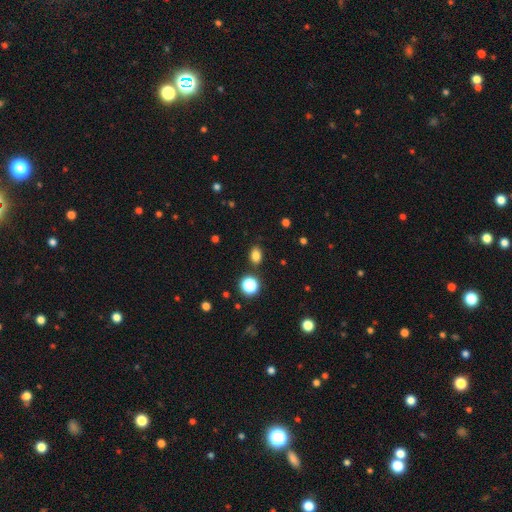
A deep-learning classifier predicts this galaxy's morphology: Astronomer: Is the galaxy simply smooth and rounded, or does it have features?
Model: smooth — 79%.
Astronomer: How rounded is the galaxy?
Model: in between — 70%.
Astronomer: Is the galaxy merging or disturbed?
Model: none — 85%.